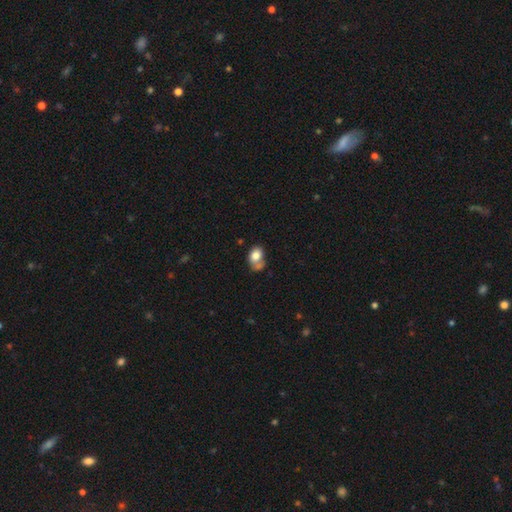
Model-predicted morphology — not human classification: The model was most divided on "merging": none: 35%, merger: 34%, minor disturbance: 20%, major disturbance: 10%. More confident: smooth or featured — smooth (77%); how rounded — in between (67%).